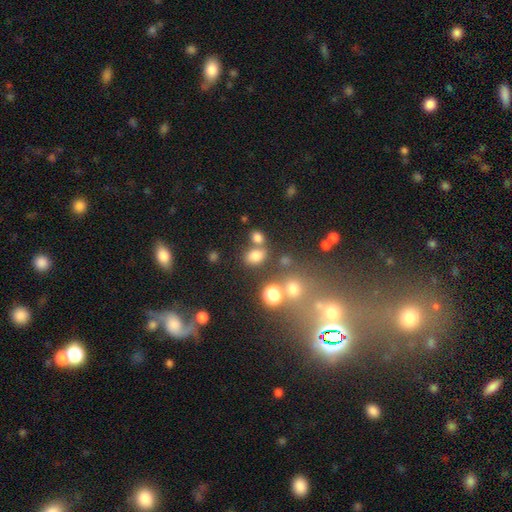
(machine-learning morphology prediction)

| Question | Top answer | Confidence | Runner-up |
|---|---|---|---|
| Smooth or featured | smooth | 74% | star or artifact (18%) |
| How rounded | in between | 67% | round (31%) |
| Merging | none | 60% | merger (23%) |